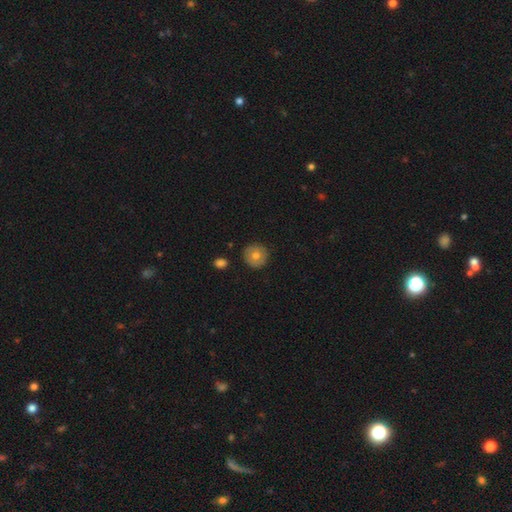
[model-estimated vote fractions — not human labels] Morphology: type=smooth (71%); roundness=round (95%); merging=none (88%).